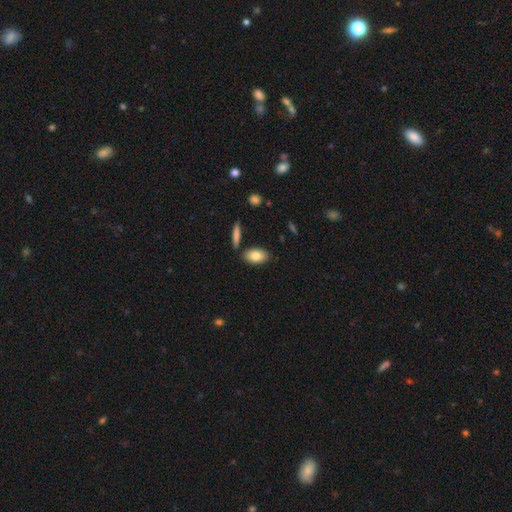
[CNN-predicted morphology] Smooth or featured: smooth — 81% (featured or disk — 13%)
How rounded: in between — 90% (round — 5%)
Merging: none — 81% (minor disturbance — 10%)